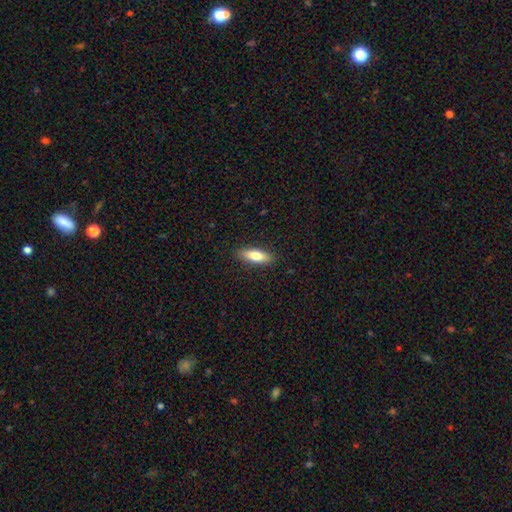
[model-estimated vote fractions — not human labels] A smooth galaxy with no disk features (76%) that is in between round and cigar-shaped (52%).

Vote fractions:
- Smooth or featured? smooth: 76% / featured or disk: 18% / star or artifact: 6%
- How rounded? in between: 52% / cigar-shaped: 46% / round: 2%
- Merging? none: 89% / minor disturbance: 8% / major disturbance: 2% / merger: 1%